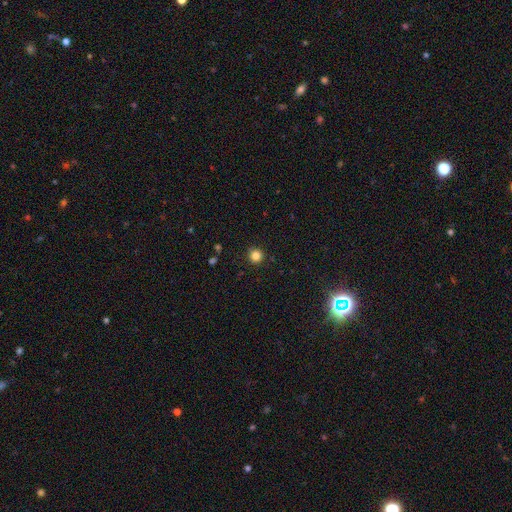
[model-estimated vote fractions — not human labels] The model was most divided on "smooth or featured": smooth: 84%, star or artifact: 12%, featured or disk: 4%. More confident: how rounded — round (95%); merging — none (92%).